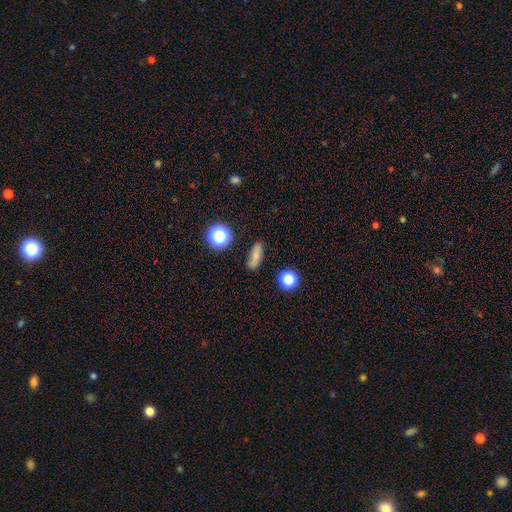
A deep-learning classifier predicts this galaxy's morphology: Q: Smooth or featured?
A: smooth (69%); runner-up: featured or disk (16%)
Q: How rounded?
A: in between (51%); runner-up: cigar-shaped (34%)
Q: Merging?
A: none (77%); runner-up: minor disturbance (15%)